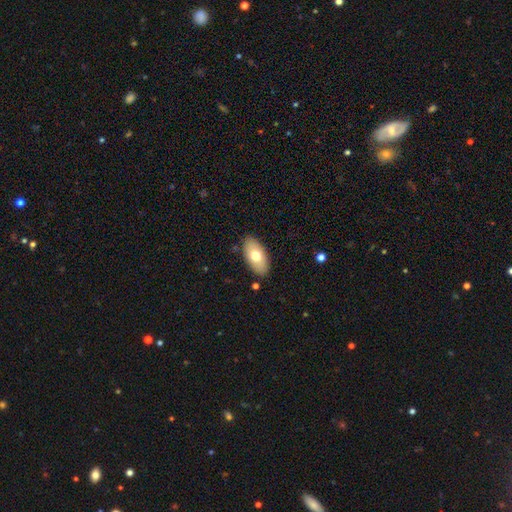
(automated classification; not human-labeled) Overall: smooth (72%). How rounded: in between (94%). Merging: none (87%).